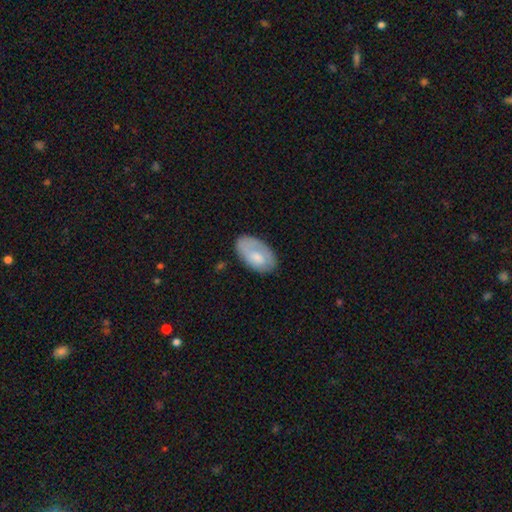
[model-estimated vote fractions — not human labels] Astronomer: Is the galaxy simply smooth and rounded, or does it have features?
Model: smooth — 65%.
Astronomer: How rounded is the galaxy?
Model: in between — 93%.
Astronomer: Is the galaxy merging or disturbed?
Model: none — 69%.